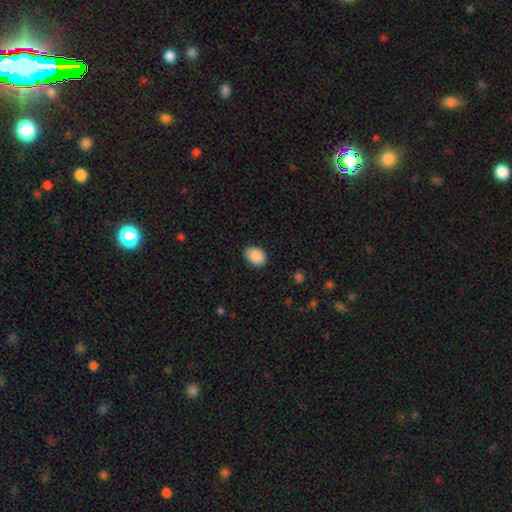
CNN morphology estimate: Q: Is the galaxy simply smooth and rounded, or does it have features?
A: smooth — 90%.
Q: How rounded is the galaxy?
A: in between — 77%.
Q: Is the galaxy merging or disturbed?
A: none — 87%.